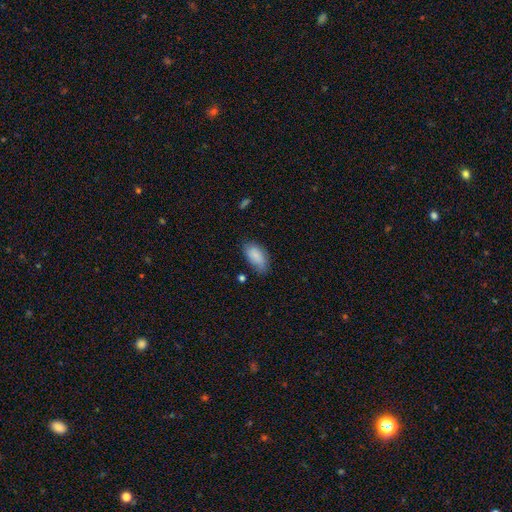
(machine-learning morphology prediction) Smooth or featured? smooth (85%)
How rounded? in between (93%)
Merging? none (67%)